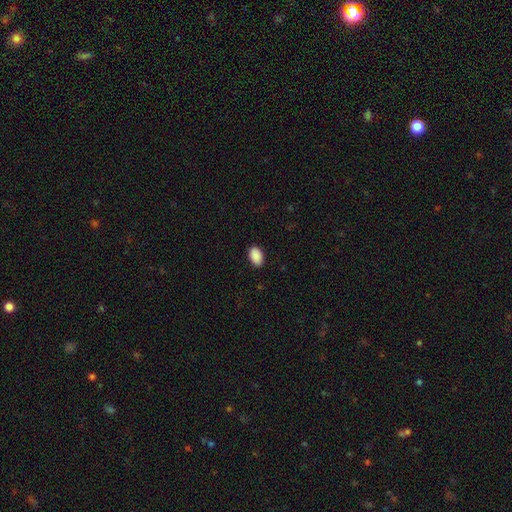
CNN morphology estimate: The model was most divided on "merging": none: 88%, minor disturbance: 9%, major disturbance: 2%, merger: 1%. More confident: how rounded — in between (90%); smooth or featured — smooth (90%).